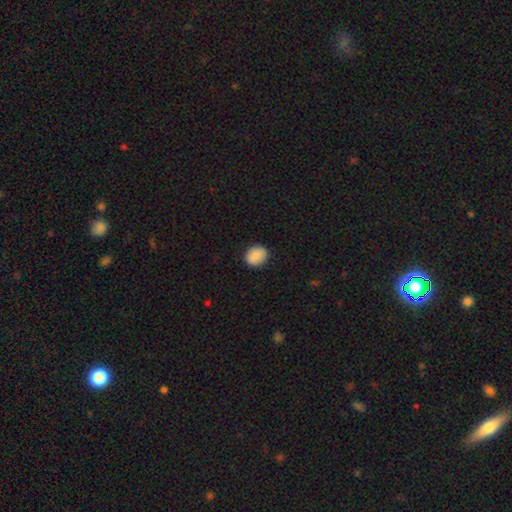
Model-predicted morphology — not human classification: A smooth galaxy with no disk features (84%) that is round (65%). Merging: none (89%).